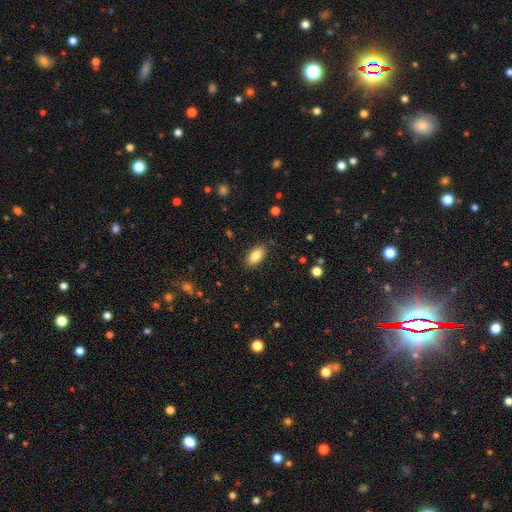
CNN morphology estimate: Q: Smooth or featured?
A: smooth (85%); runner-up: featured or disk (8%)
Q: How rounded?
A: in between (92%); runner-up: cigar-shaped (5%)
Q: Merging?
A: none (86%); runner-up: minor disturbance (10%)